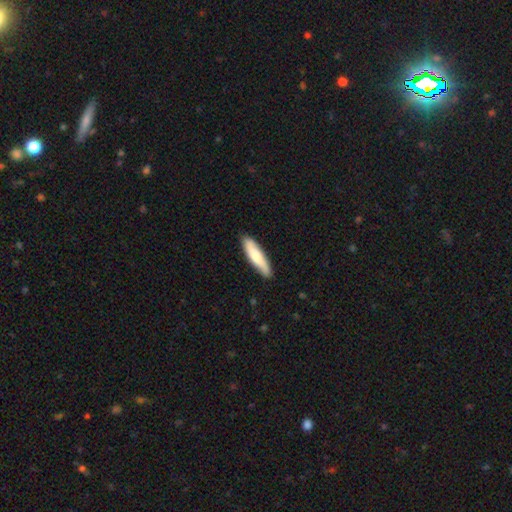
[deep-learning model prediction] The model was most divided on "how rounded": cigar-shaped: 74%, in between: 25%, round: 1%. More confident: merging — none (87%); smooth or featured — smooth (73%).